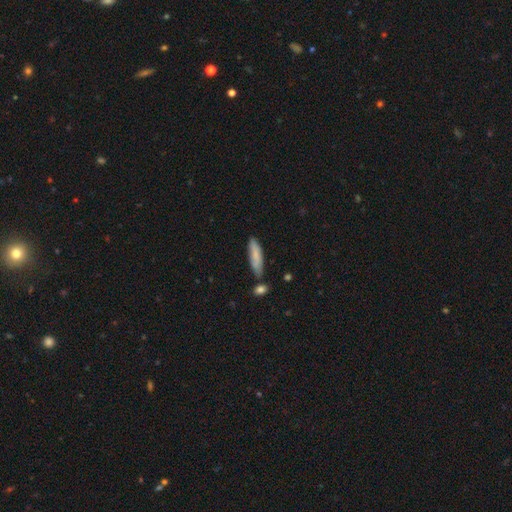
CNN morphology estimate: Smooth or featured? smooth (80%)
How rounded? cigar-shaped (70%)
Merging? none (76%)